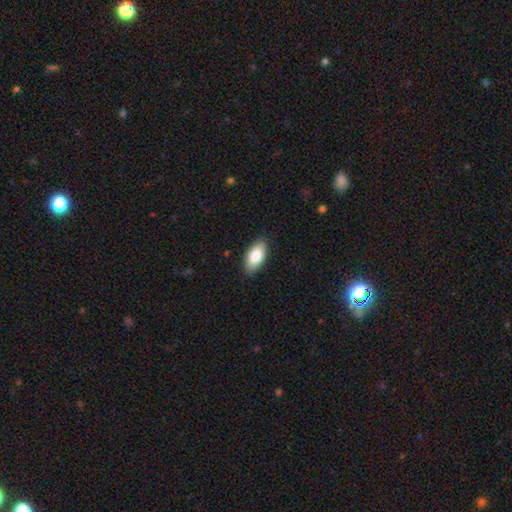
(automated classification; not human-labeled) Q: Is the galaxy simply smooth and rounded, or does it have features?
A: smooth — 84%.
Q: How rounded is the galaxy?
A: in between — 91%.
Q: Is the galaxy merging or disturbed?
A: none — 87%.